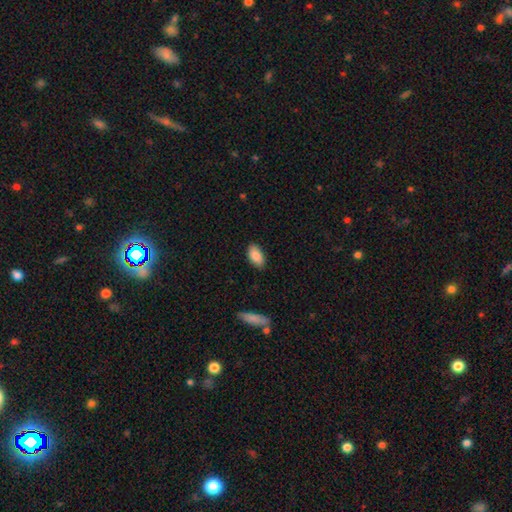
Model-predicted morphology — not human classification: Smooth or featured?
  - smooth: 87% *
  - featured or disk: 7%
  - star or artifact: 6%
How rounded?
  - in between: 94% *
  - round: 3%
  - cigar-shaped: 3%
Merging?
  - none: 86% *
  - minor disturbance: 11%
  - major disturbance: 2%
  - merger: 1%